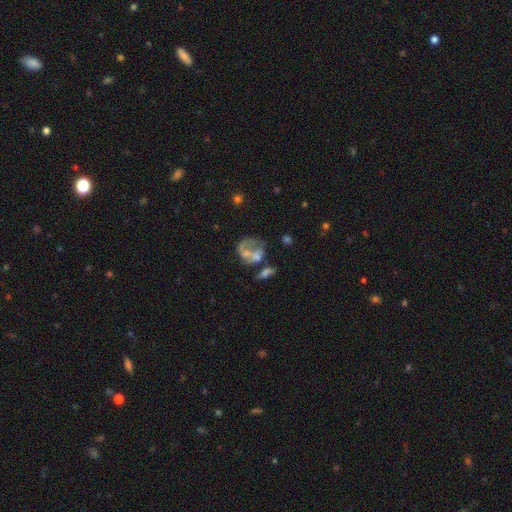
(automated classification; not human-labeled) smooth_or_featured: featured or disk (p=0.51) [alt: smooth p=0.35]
disk_edge_on: no (p=0.97) [alt: yes p=0.03]
merging: merger (p=0.39) [alt: major disturbance p=0.27]